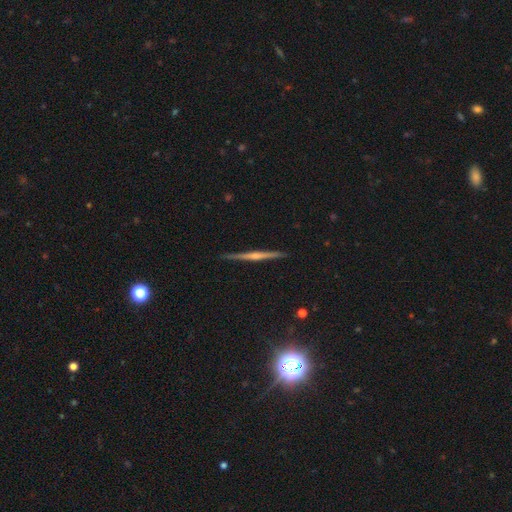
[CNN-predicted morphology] Smooth or featured? featured or disk (75%)
Edge-on disk? yes (98%)
Edge-on bulge? rounded (64%)
Merging? none (91%)